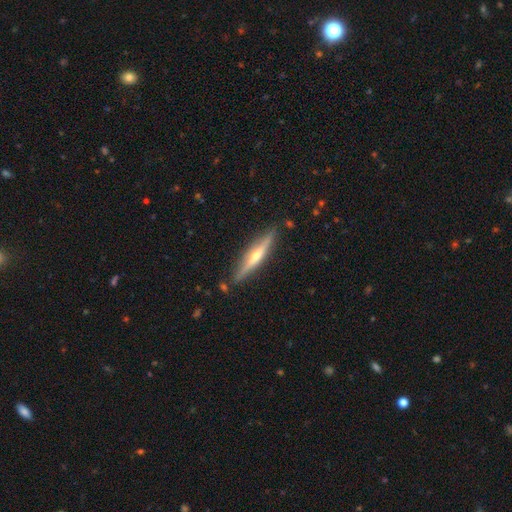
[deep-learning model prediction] Smooth or featured?
  - featured or disk: 72% *
  - smooth: 22%
  - star or artifact: 6%
Edge-on disk?
  - yes: 97% *
  - no: 3%
Edge-on bulge?
  - rounded: 87% *
  - none: 9%
  - boxy: 5%
Merging?
  - none: 87% *
  - minor disturbance: 9%
  - merger: 2%
  - major disturbance: 2%